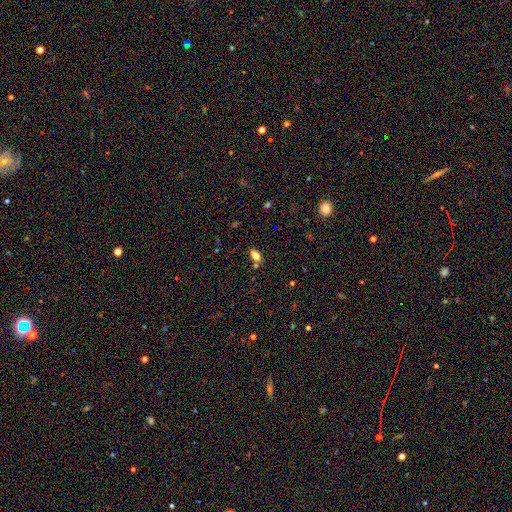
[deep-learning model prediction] Smooth or featured: smooth — 76% (star or artifact — 13%)
How rounded: in between — 86% (round — 9%)
Merging: none — 72% (minor disturbance — 13%)